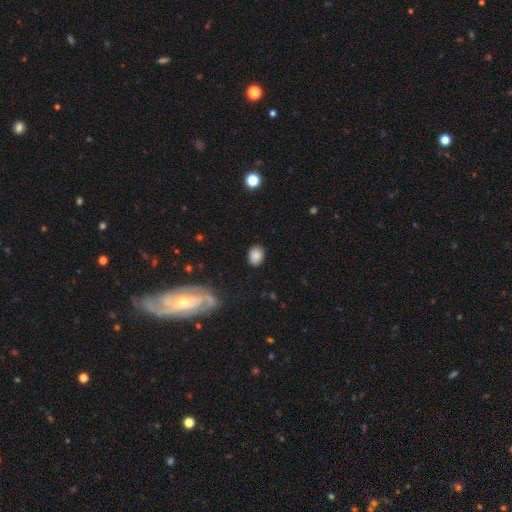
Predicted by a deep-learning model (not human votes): Q: Smooth or featured?
A: smooth (84%); runner-up: star or artifact (9%)
Q: How rounded?
A: in between (61%); runner-up: round (38%)
Q: Merging?
A: none (85%); runner-up: minor disturbance (11%)